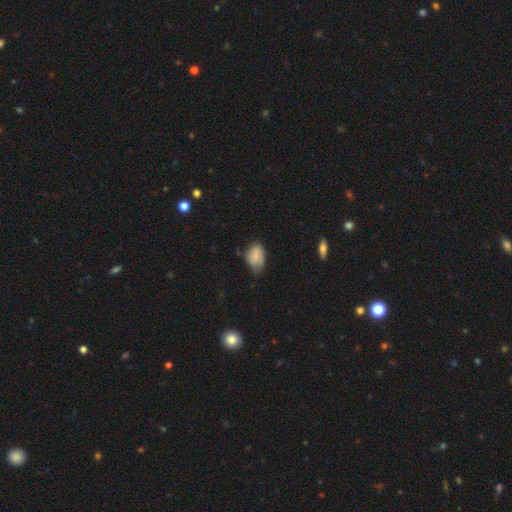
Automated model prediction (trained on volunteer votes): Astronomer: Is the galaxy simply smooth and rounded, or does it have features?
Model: smooth — 73%.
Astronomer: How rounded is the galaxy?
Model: in between — 85%.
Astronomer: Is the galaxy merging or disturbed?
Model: none — 47% (runner-up: minor disturbance, 41%).